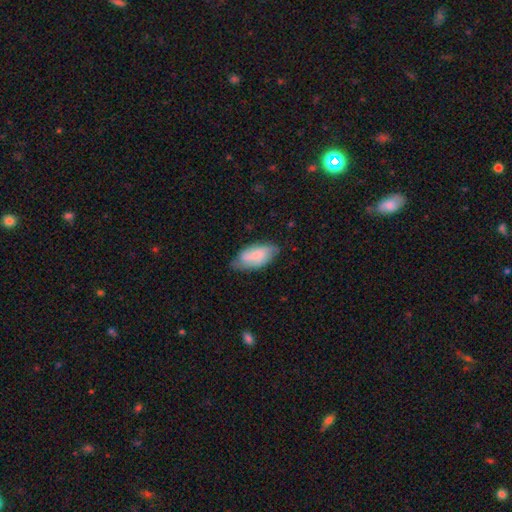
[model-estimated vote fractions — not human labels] Smooth or featured?
  - smooth: 58% *
  - featured or disk: 35%
  - star or artifact: 7%
How rounded?
  - in between: 90% *
  - cigar-shaped: 7%
  - round: 2%
Merging?
  - none: 63% *
  - minor disturbance: 29%
  - major disturbance: 7%
  - merger: 2%